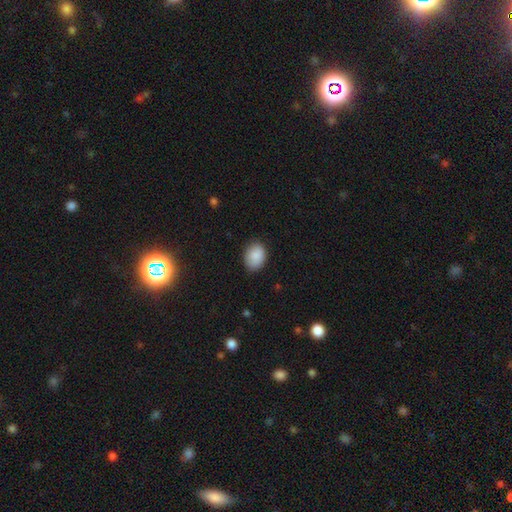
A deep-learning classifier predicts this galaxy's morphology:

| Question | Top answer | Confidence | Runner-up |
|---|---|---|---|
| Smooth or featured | smooth | 89% | star or artifact (7%) |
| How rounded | in between | 71% | round (28%) |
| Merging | none | 84% | minor disturbance (13%) |